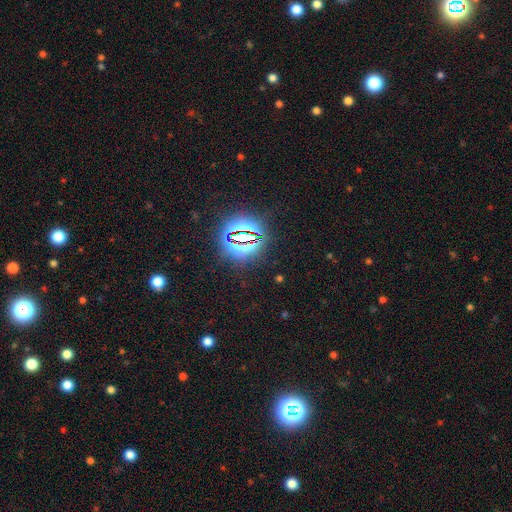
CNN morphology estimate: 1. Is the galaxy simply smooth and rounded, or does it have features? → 82% star or artifact, 11% smooth, 7% featured or disk.